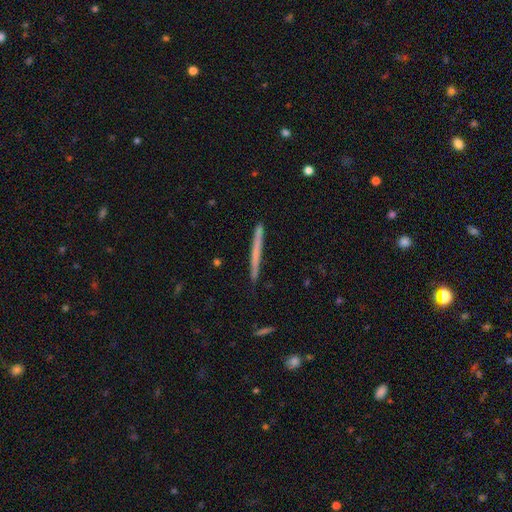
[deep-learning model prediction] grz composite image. It shows a smooth galaxy with no disk features (53%) that is cigar-shaped (97%). Merging: none (90%).